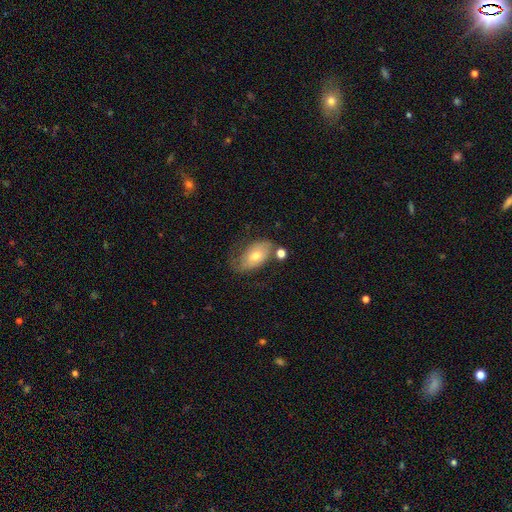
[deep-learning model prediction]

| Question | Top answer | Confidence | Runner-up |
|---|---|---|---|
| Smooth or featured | smooth | 57% | featured or disk (35%) |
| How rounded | in between | 91% | round (6%) |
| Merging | none | 48% | minor disturbance (28%) |